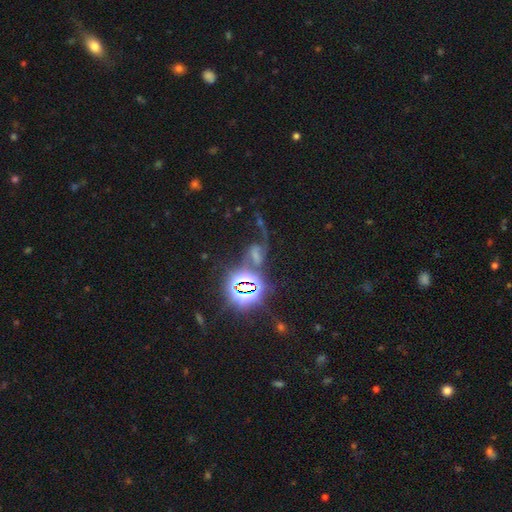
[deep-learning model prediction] A star or artifact, not a galaxy (62%).

Vote fractions:
- Smooth or featured? star or artifact: 62% / featured or disk: 23% / smooth: 15%